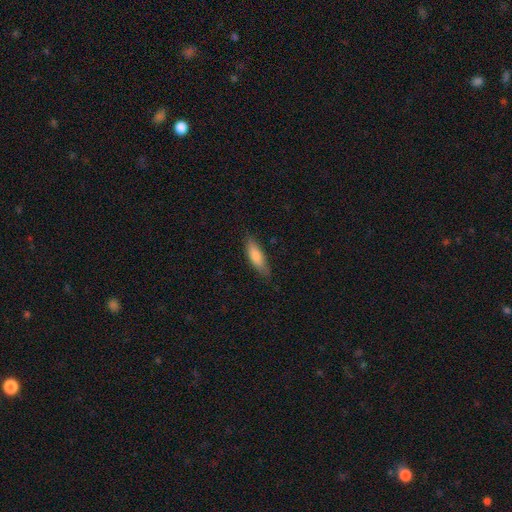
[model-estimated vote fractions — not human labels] smooth-or-featured: smooth: 76% | featured or disk: 18% | star or artifact: 6%
  how-rounded: cigar-shaped: 53% | in between: 45% | round: 2%
  merging: none: 81% | minor disturbance: 15% | major disturbance: 3% | merger: 1%